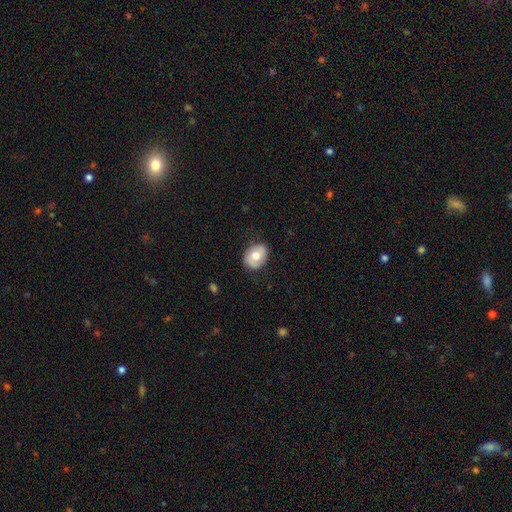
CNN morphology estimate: Smooth or featured? smooth (64%)
How rounded? in between (58%)
Merging? none (79%)